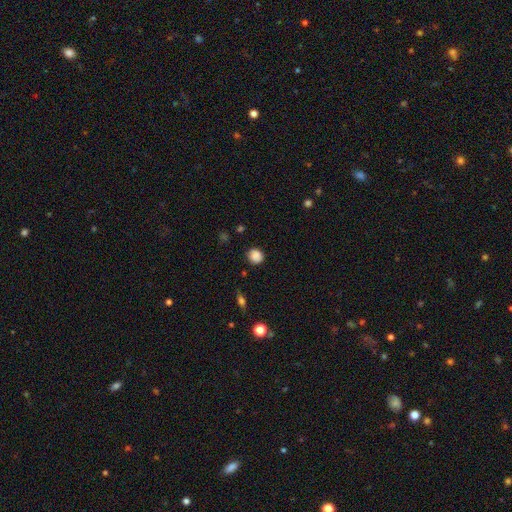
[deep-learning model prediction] A smooth galaxy with no disk features (86%) that is round (80%). Merging: none (83%).